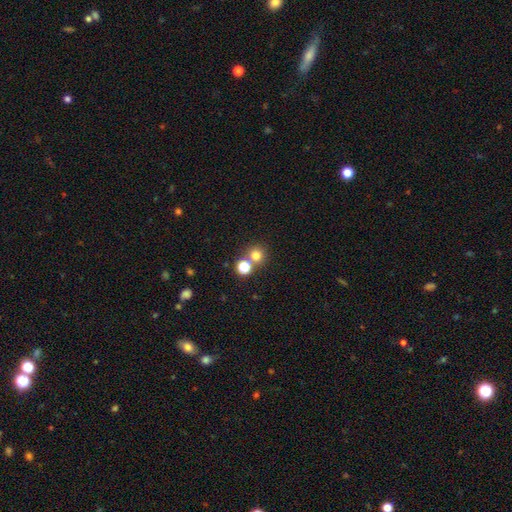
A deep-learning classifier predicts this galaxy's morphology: This is likely a smooth galaxy (75%). How rounded: clearly round (92%). Merging: likely none (66%).